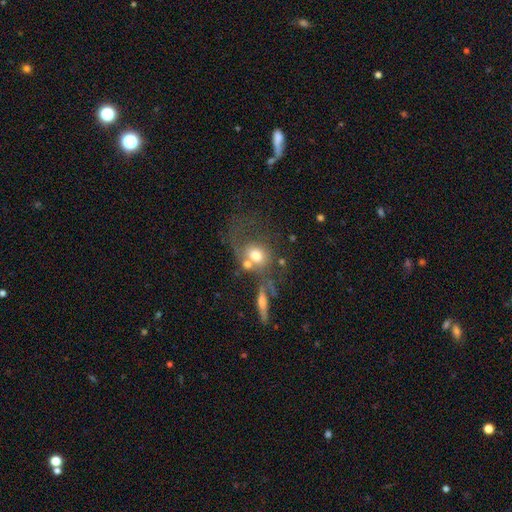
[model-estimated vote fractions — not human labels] A smooth galaxy with no disk features (60%) that is round (62%).

Vote fractions:
- Smooth or featured? smooth: 60% / featured or disk: 29% / star or artifact: 10%
- How rounded? round: 62% / in between: 35% / cigar-shaped: 3%
- Merging? merger: 36% / none: 29% / major disturbance: 22% / minor disturbance: 13%